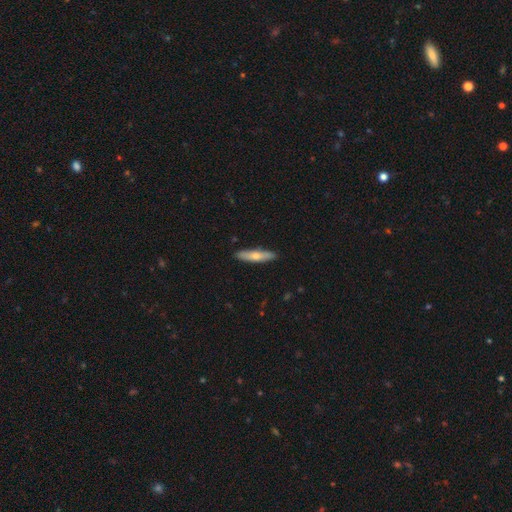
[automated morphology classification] Smooth or featured? smooth (52%)
How rounded? cigar-shaped (84%)
Merging? none (90%)